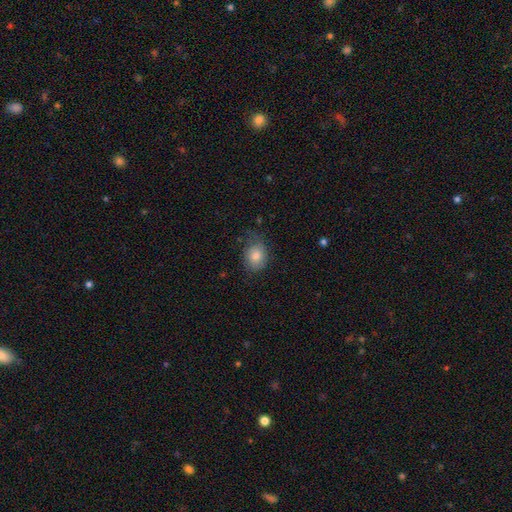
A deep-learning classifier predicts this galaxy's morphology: Smooth or featured? smooth (78%)
How rounded? round (53%)
Merging? none (62%)